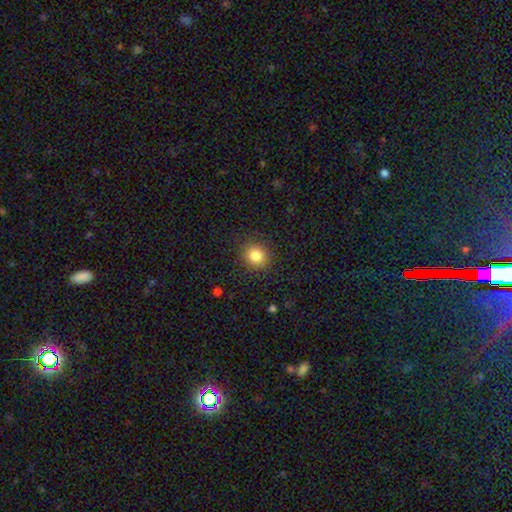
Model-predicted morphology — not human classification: smooth 84%, star or artifact 11%, featured or disk 6%. Down the decision tree: how rounded — round (80%); merging — none (89%).